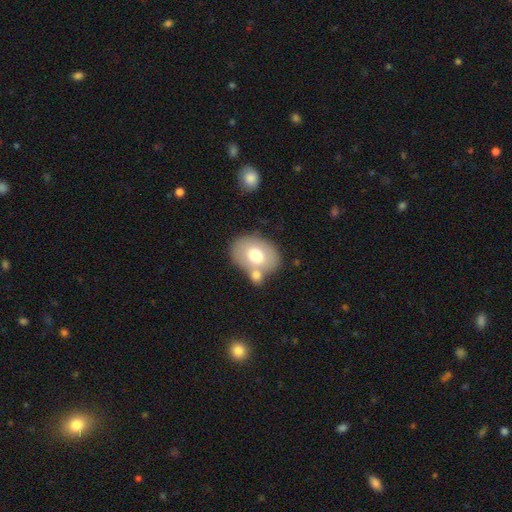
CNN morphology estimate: A smooth galaxy with no disk features (68%) that is in between round and cigar-shaped (72%).

Vote fractions:
- Smooth or featured? smooth: 68% / featured or disk: 25% / star or artifact: 7%
- How rounded? in between: 72% / round: 27% / cigar-shaped: 1%
- Merging? none: 56% / merger: 25% / minor disturbance: 14% / major disturbance: 5%